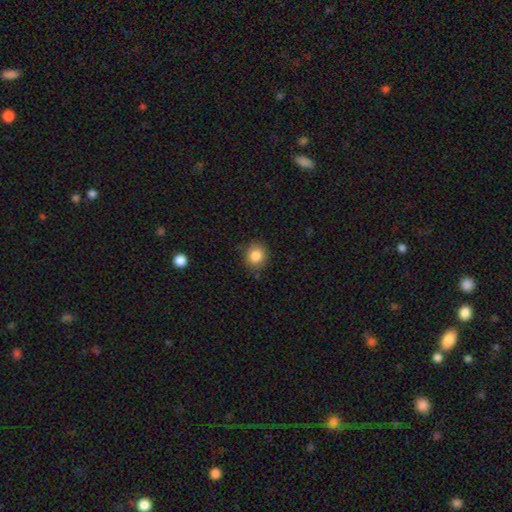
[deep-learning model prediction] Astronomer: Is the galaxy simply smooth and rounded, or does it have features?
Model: smooth — 85%.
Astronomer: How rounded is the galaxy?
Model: round — 84%.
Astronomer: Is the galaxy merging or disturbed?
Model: none — 84%.